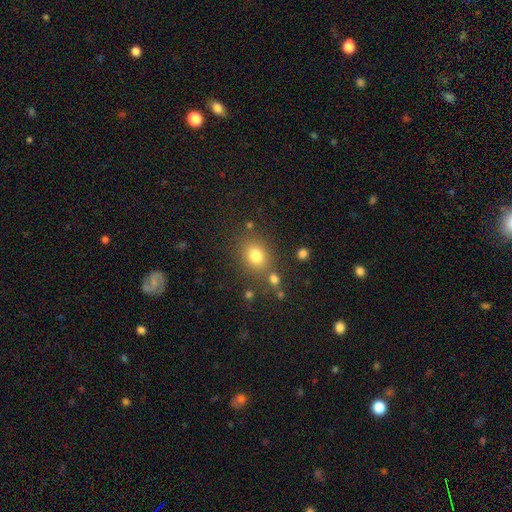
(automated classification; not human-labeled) Overall: smooth (78%). How rounded: round (64%; in between 35%). Merging: none (75%).